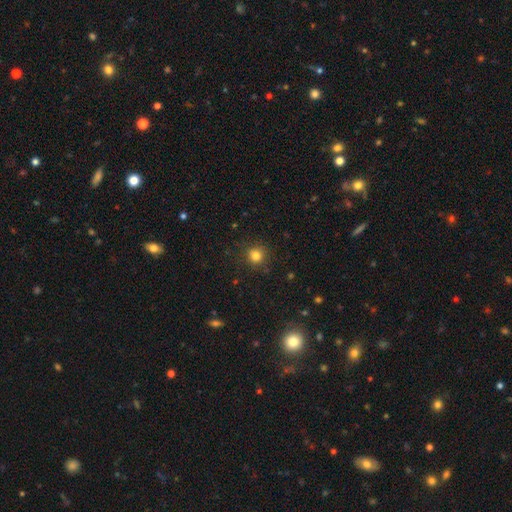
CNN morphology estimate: Q: Smooth or featured?
A: smooth (81%); runner-up: star or artifact (14%)
Q: How rounded?
A: round (92%); runner-up: in between (7%)
Q: Merging?
A: none (89%); runner-up: minor disturbance (7%)